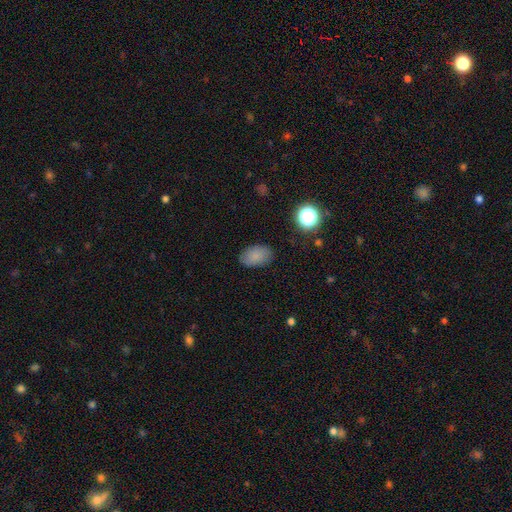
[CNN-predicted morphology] A smooth galaxy with no disk features (83%) that is in between round and cigar-shaped (89%). Merging: none (83%).